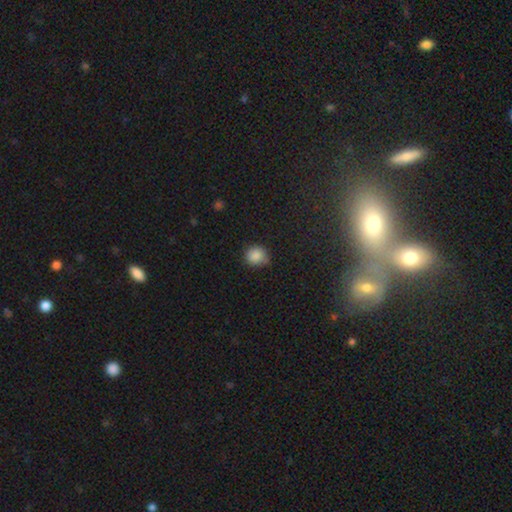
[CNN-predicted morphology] A smooth galaxy with no disk features (86%) that is round (88%).

Vote fractions:
- Smooth or featured? smooth: 86% / star or artifact: 10% / featured or disk: 4%
- How rounded? round: 88% / in between: 12% / cigar-shaped: 1%
- Merging? none: 76% / minor disturbance: 19% / major disturbance: 3% / merger: 2%